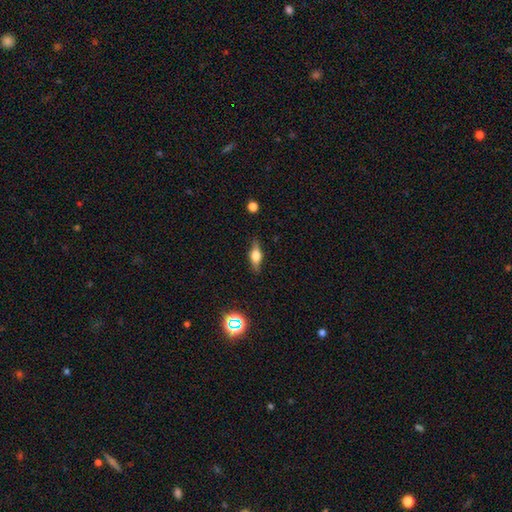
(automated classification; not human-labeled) smooth_or_featured: smooth (p=0.46) [alt: featured or disk p=0.44]
merging: none (p=0.83) [alt: minor disturbance p=0.13]